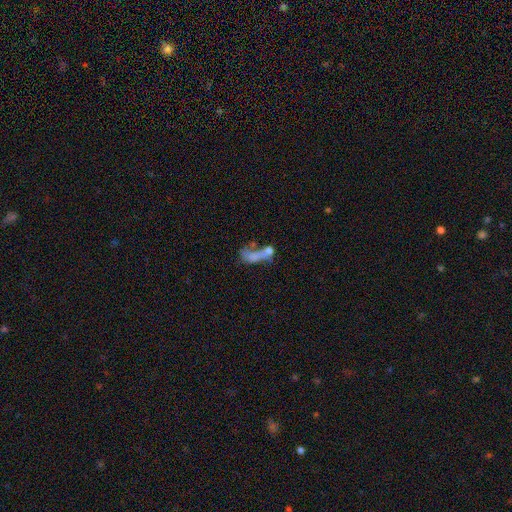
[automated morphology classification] A smooth galaxy with no disk features (51%) that is in between round and cigar-shaped (65%).

Vote fractions:
- Smooth or featured? smooth: 51% / featured or disk: 34% / star or artifact: 15%
- How rounded? in between: 65% / cigar-shaped: 25% / round: 9%
- Merging? merger: 48% / major disturbance: 27% / none: 16% / minor disturbance: 9%